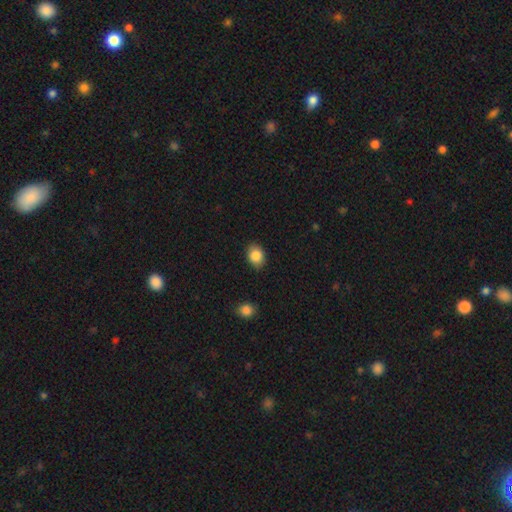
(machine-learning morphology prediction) Q: Smooth or featured?
A: smooth (86%); runner-up: star or artifact (8%)
Q: How rounded?
A: in between (64%); runner-up: round (35%)
Q: Merging?
A: none (87%); runner-up: minor disturbance (9%)